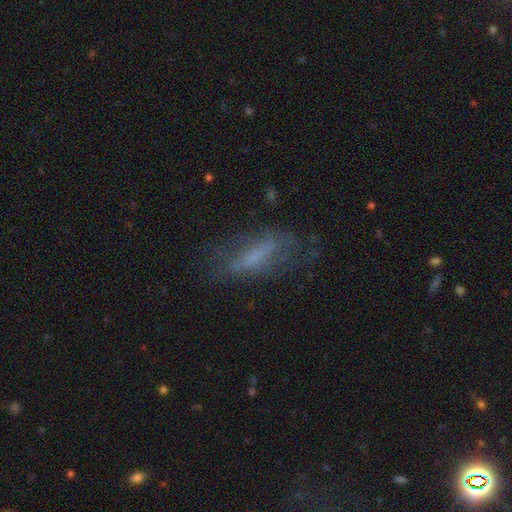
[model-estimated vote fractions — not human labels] Q: Smooth or featured?
A: smooth (49%); runner-up: featured or disk (39%)
Q: Merging?
A: none (58%); runner-up: minor disturbance (23%)